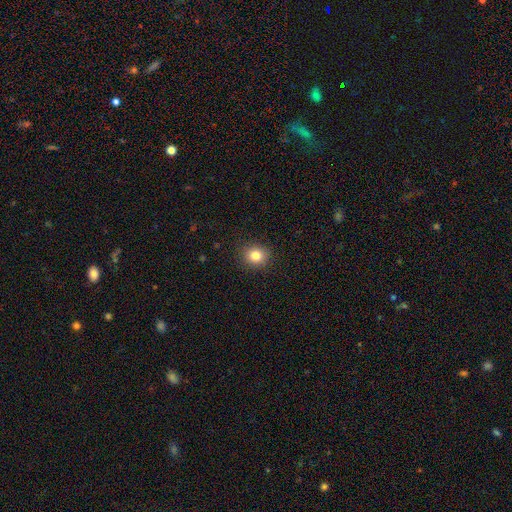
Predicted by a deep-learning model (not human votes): Smooth or featured: smooth — 82% (star or artifact — 11%)
How rounded: round — 80% (in between — 19%)
Merging: none — 89% (minor disturbance — 7%)